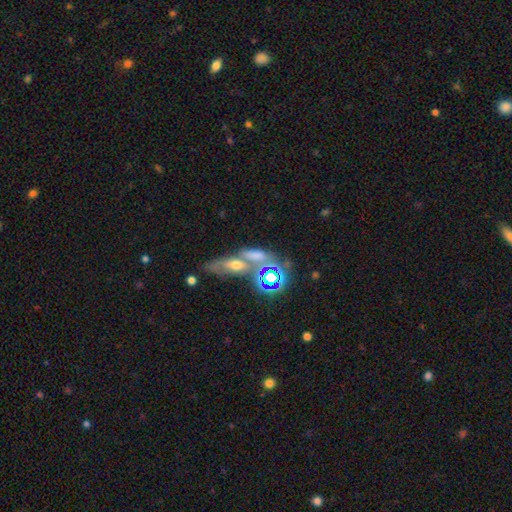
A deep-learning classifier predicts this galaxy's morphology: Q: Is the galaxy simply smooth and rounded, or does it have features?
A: smooth — 45%.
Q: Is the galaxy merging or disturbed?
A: merger — 42%.